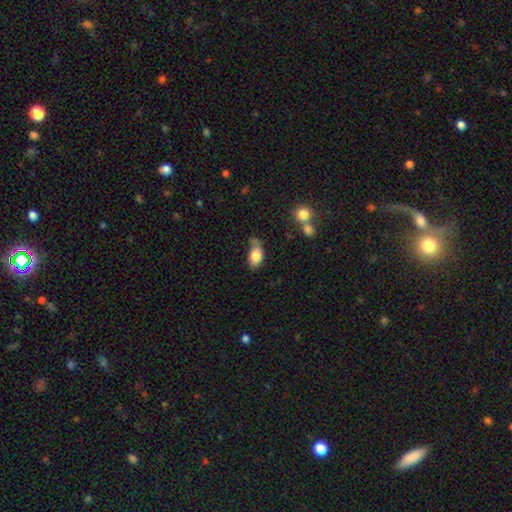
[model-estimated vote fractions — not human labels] Overall: smooth (80%). How rounded: in between (90%). Merging: none (44%; minor disturbance 33%).